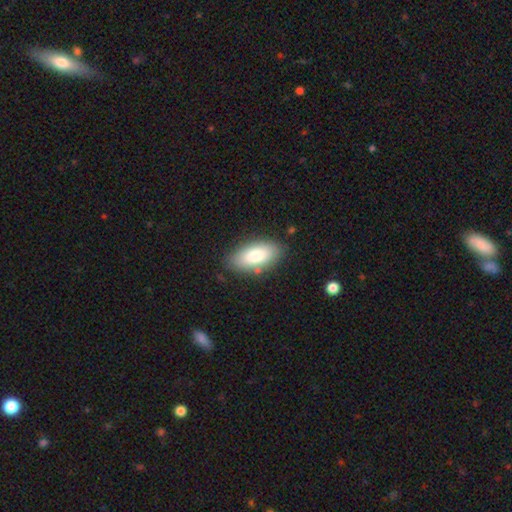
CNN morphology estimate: A smooth galaxy with no disk features (81%) that is in between round and cigar-shaped (91%). Merging: none (82%).